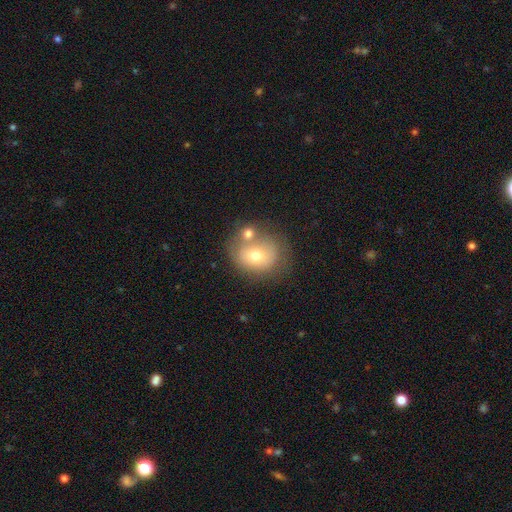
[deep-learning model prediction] Smooth or featured: smooth — 64% (featured or disk — 27%)
How rounded: round — 64% (in between — 35%)
Merging: none — 42% (merger — 31%)